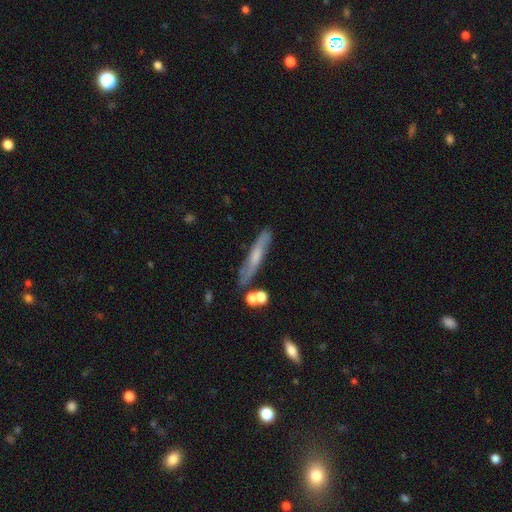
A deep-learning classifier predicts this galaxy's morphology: Smooth or featured?
  - featured or disk: 53% *
  - smooth: 38%
  - star or artifact: 9%
Edge-on disk?
  - yes: 71% *
  - no: 29%
Merging?
  - none: 75% *
  - minor disturbance: 16%
  - merger: 5%
  - major disturbance: 4%